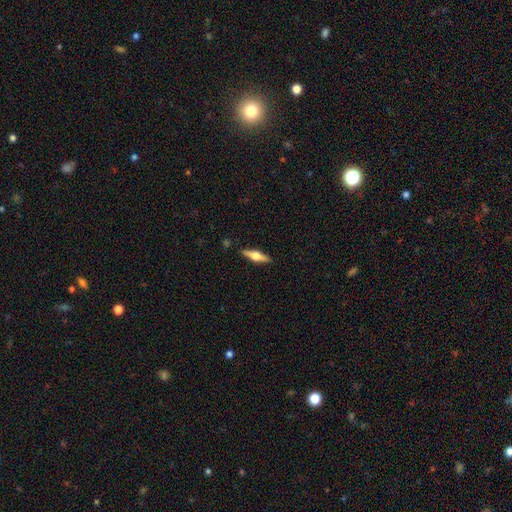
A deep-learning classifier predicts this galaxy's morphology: Smooth or featured?
  - featured or disk: 62% *
  - smooth: 32%
  - star or artifact: 6%
Edge-on disk?
  - yes: 96% *
  - no: 4%
Edge-on bulge?
  - rounded: 93% *
  - boxy: 5%
  - none: 2%
Merging?
  - none: 89% *
  - minor disturbance: 8%
  - major disturbance: 2%
  - merger: 1%